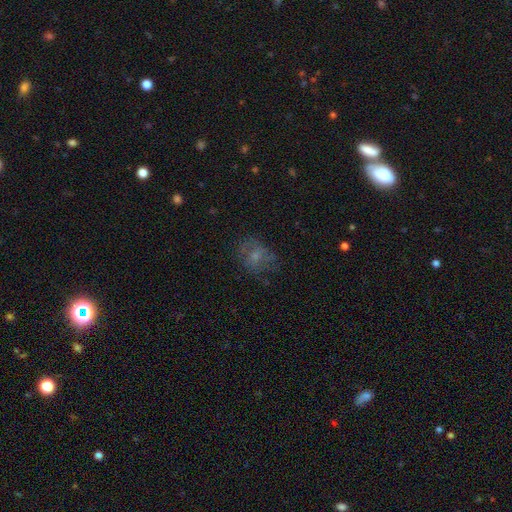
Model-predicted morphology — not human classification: Smooth or featured? smooth (54%)
How rounded? round (50%)
Merging? none (56%)